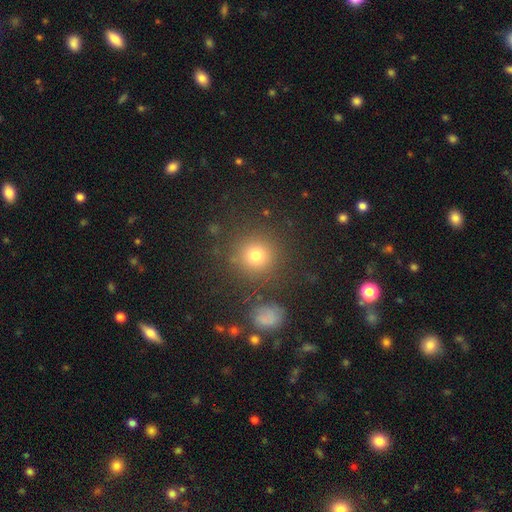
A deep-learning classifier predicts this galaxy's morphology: Smooth or featured?
  - smooth: 76% *
  - star or artifact: 16%
  - featured or disk: 8%
How rounded?
  - round: 92% *
  - in between: 7%
  - cigar-shaped: 1%
Merging?
  - none: 83% *
  - minor disturbance: 8%
  - merger: 5%
  - major disturbance: 4%